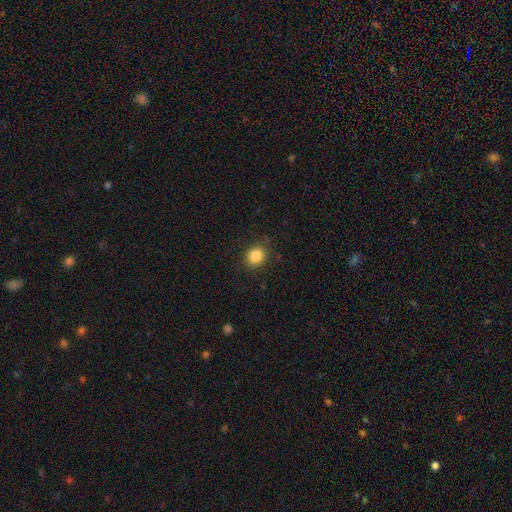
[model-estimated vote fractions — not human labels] Smooth or featured? smooth (85%)
How rounded? round (78%)
Merging? none (87%)